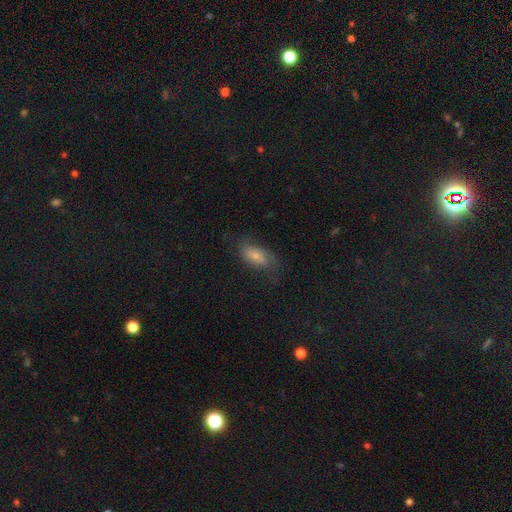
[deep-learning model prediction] A smooth galaxy with no disk features (66%) that is in between round and cigar-shaped (88%). Merging: none (61%).